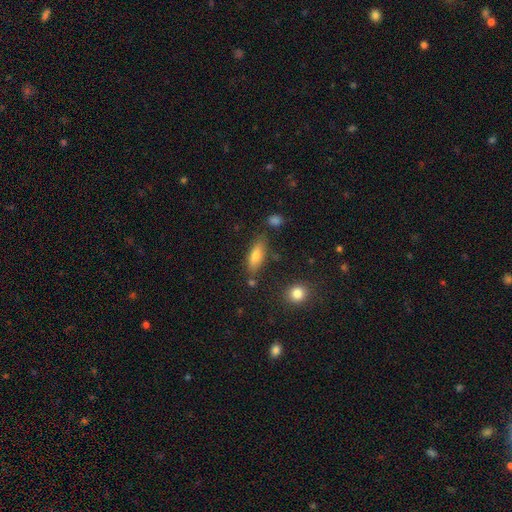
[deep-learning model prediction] Smooth or featured? Predicted: smooth (p=0.73). How rounded? Predicted: in between (p=0.63). Merging? Predicted: none (p=0.77).